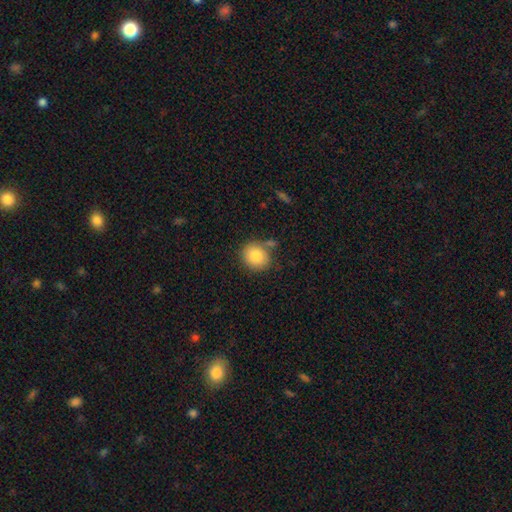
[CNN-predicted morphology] A smooth galaxy with no disk features (82%) that is round (84%). Merging: none (72%).